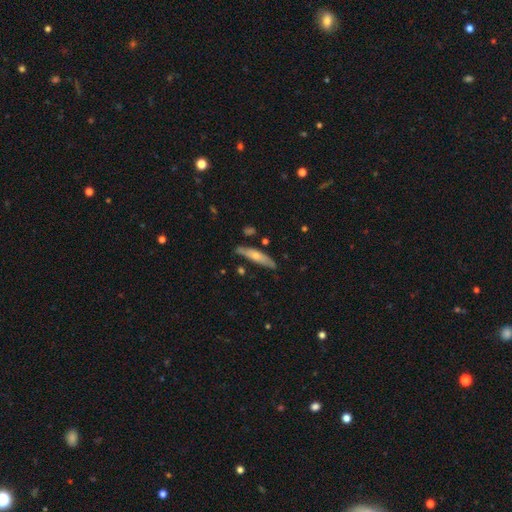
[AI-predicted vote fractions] A smooth galaxy with no disk features (53%) that is cigar-shaped (80%). Merging: none (74%).